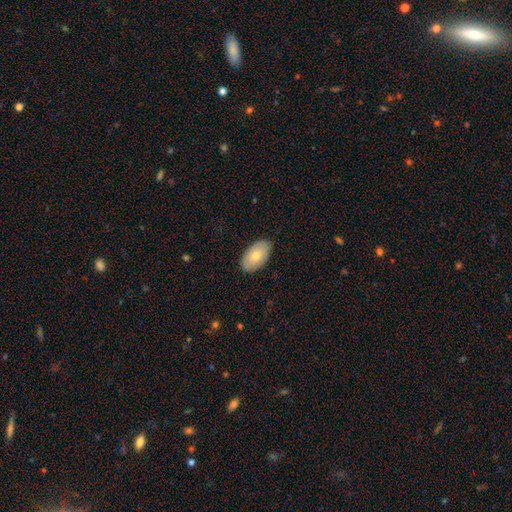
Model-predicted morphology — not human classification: smooth-or-featured: smooth: 75% | featured or disk: 19% | star or artifact: 6%
  how-rounded: in between: 95% | round: 4% | cigar-shaped: 1%
  merging: none: 86% | minor disturbance: 11% | major disturbance: 2% | merger: 1%